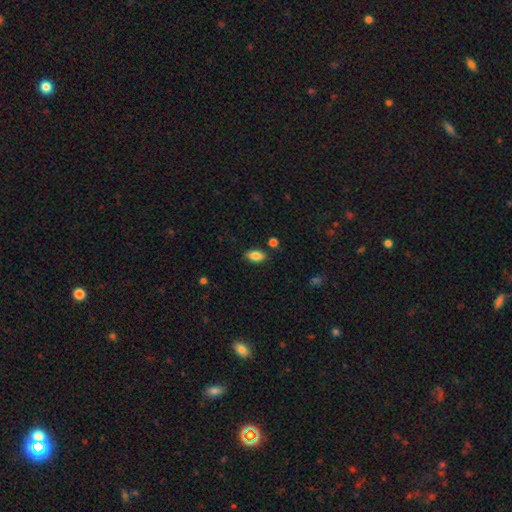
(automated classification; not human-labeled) smooth-or-featured: smooth: 85% | featured or disk: 8% | star or artifact: 8%
  how-rounded: in between: 90% | cigar-shaped: 7% | round: 4%
  merging: none: 82% | minor disturbance: 12% | merger: 3% | major disturbance: 3%